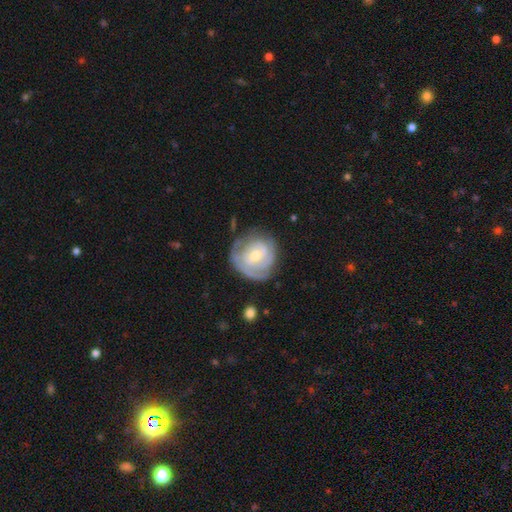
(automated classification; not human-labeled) A featured or disk galaxy (77%) with no bar (64%), tight (73%) spiral arms (89%) and a moderate central bulge (52%).

Vote fractions:
- Smooth or featured? featured or disk: 77% / smooth: 18% / star or artifact: 5%
- Edge-on disk? no: 98% / yes: 2%
- Bar? no: 64% / weak: 30% / strong: 6%
- Spiral arms? yes: 89% / no: 11%
- Spiral winding? tight: 73% / medium: 20% / loose: 6%
- Spiral arm count? can't tell: 37% / 2: 28% / 3: 15% / 1: 11% / 4: 5% / more than 4: 4%
- Bulge size? moderate: 52% / small: 42% / large: 3% / none: 1% / dominant: 1%
- Merging? none: 69% / minor disturbance: 20% / major disturbance: 9% / merger: 2%